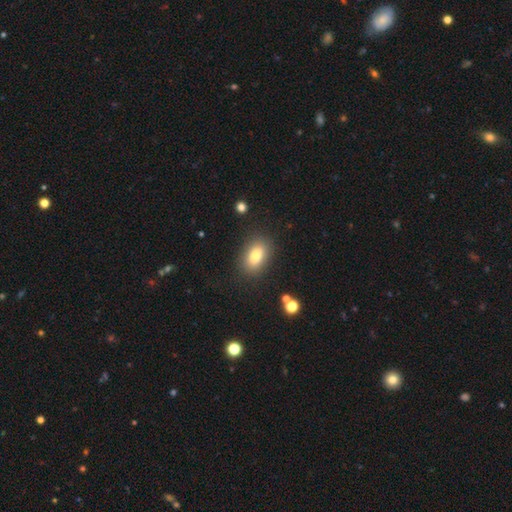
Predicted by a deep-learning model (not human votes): A smooth galaxy with no disk features (79%) that is in between round and cigar-shaped (83%). Merging: none (85%).